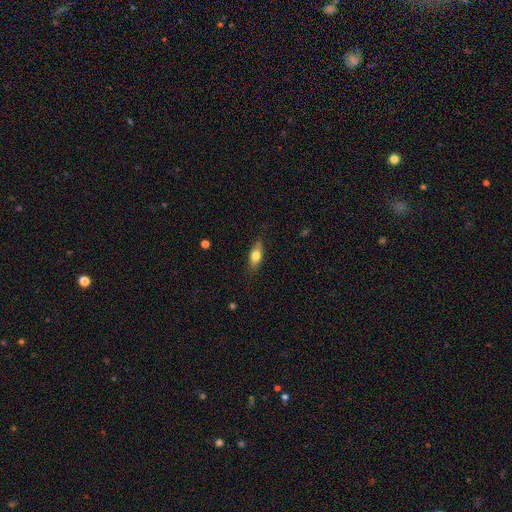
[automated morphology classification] This is likely a smooth galaxy (70%). How rounded: likely in between (73%). Merging: clearly none (82%).